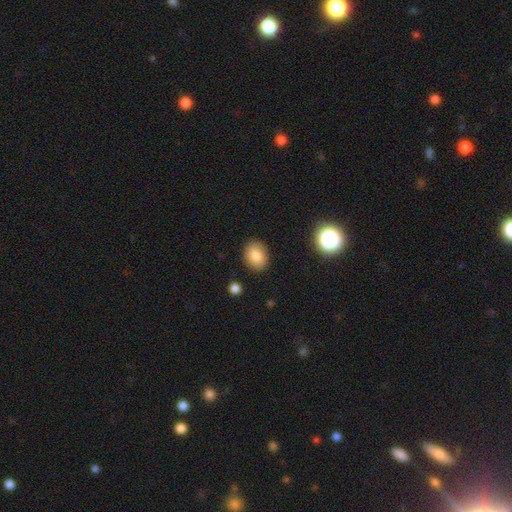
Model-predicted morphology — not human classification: Q: Smooth or featured?
A: smooth (82%); runner-up: star or artifact (10%)
Q: How rounded?
A: in between (62%); runner-up: round (37%)
Q: Merging?
A: none (87%); runner-up: minor disturbance (9%)